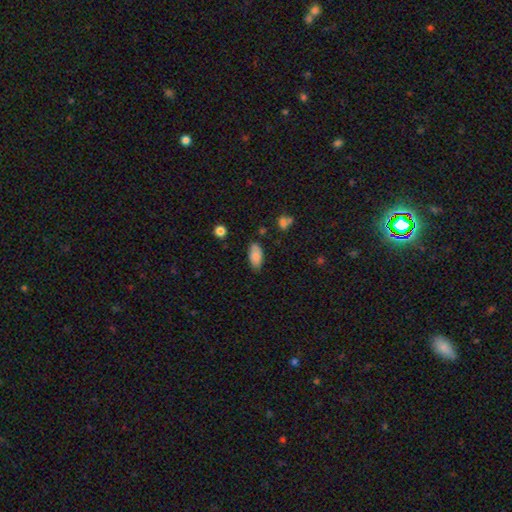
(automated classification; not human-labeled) Overall: smooth (85%). How rounded: in between (91%). Merging: none (76%).